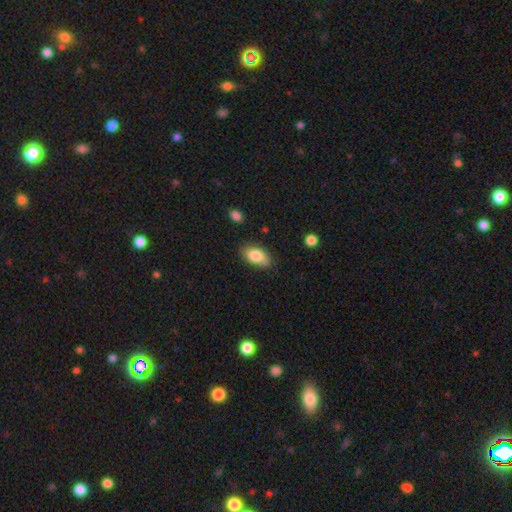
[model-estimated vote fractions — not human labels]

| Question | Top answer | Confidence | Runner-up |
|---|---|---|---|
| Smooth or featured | smooth | 82% | featured or disk (11%) |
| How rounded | in between | 90% | round (7%) |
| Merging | none | 70% | minor disturbance (21%) |